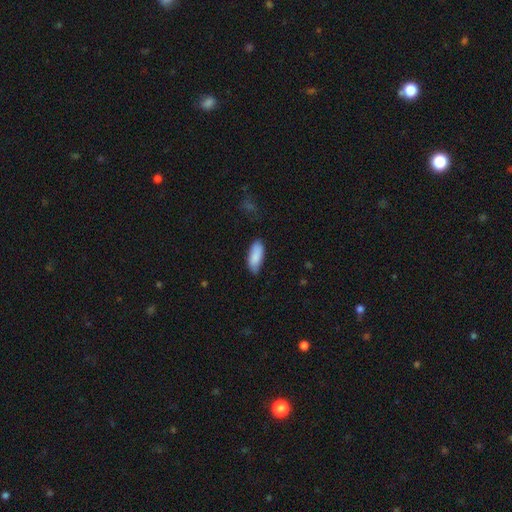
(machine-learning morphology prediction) smooth-or-featured: smooth: 88% | featured or disk: 6% | star or artifact: 6%
  how-rounded: in between: 83% | cigar-shaped: 15% | round: 2%
  merging: none: 79% | minor disturbance: 16% | major disturbance: 3% | merger: 1%